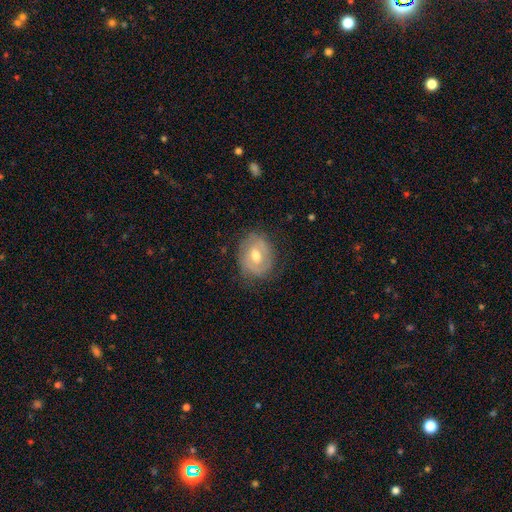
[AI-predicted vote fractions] This is possibly a featured or disk galaxy (52%). It is clearly not viewed edge-on (95%). Merging: likely none (74%).